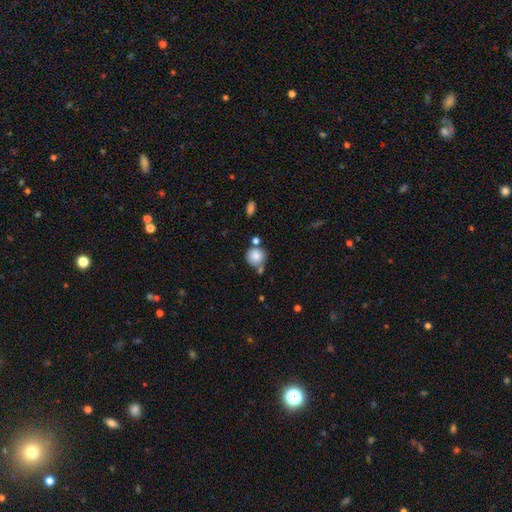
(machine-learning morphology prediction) This appears to be a smooth galaxy with no disk features (83%) that is round (91%). Merging: none (63%).